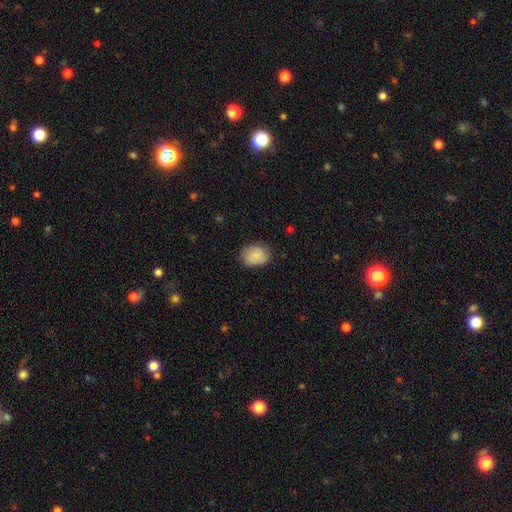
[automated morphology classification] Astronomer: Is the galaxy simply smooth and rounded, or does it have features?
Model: smooth — 79%.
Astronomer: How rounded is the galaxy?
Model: in between — 65%.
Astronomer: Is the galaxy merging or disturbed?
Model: none — 79%.